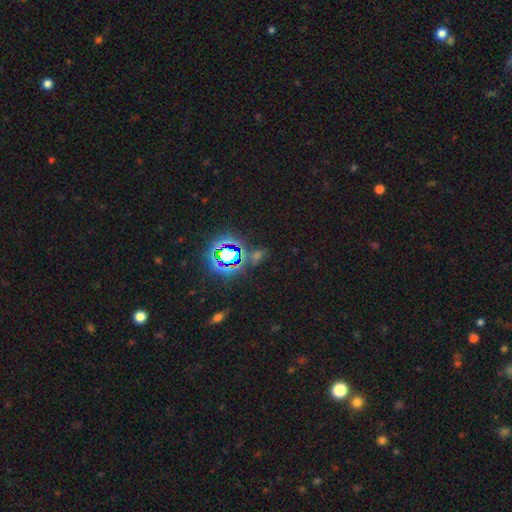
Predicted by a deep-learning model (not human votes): Overall: star or artifact (67%).